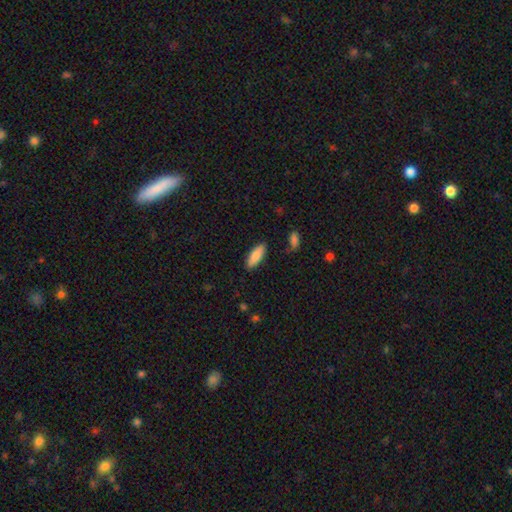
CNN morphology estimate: Smooth or featured? Predicted: smooth (p=0.84). How rounded? Predicted: in between (p=0.67). Merging? Predicted: none (p=0.86).